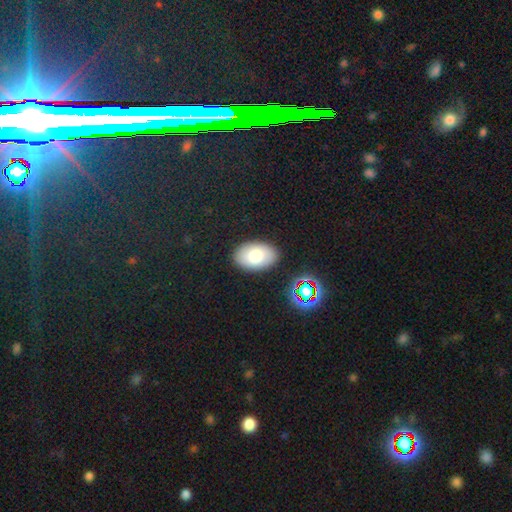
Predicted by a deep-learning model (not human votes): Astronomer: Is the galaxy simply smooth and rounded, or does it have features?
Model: smooth — 79%.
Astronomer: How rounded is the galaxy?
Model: in between — 91%.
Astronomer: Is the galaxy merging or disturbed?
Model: none — 88%.